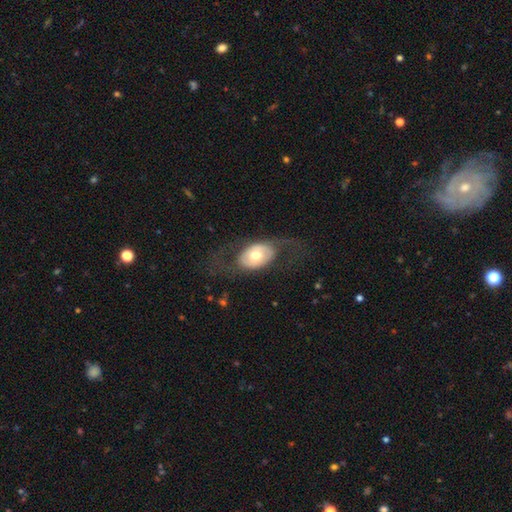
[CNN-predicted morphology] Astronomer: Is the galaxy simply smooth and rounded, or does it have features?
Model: featured or disk — 56% (runner-up: smooth, 38%).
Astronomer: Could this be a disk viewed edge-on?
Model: no — 91%.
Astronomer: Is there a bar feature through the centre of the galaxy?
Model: no — 76%.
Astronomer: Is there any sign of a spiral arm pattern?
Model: no — 58% (runner-up: yes, 42%).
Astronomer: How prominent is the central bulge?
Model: moderate — 73%.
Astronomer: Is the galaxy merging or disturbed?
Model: none — 63%.